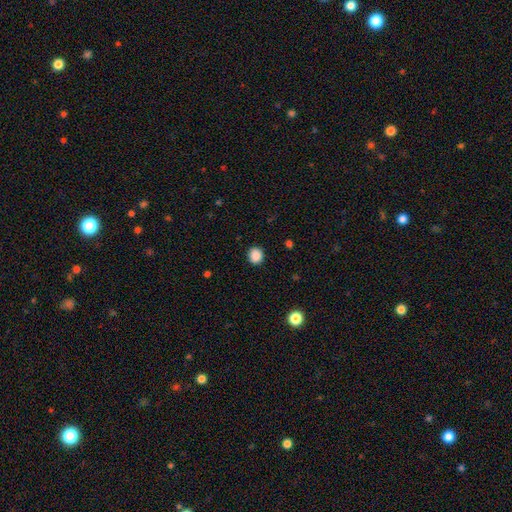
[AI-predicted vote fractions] The model was most divided on "how rounded": round: 83%, in between: 16%, cigar-shaped: 1%. More confident: merging — none (90%); smooth or featured — smooth (88%).